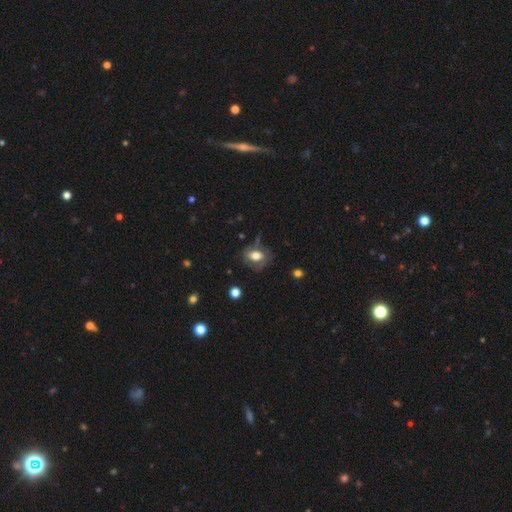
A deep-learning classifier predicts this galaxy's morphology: Smooth or featured? smooth (59%)
How rounded? in between (67%)
Merging? none (58%)